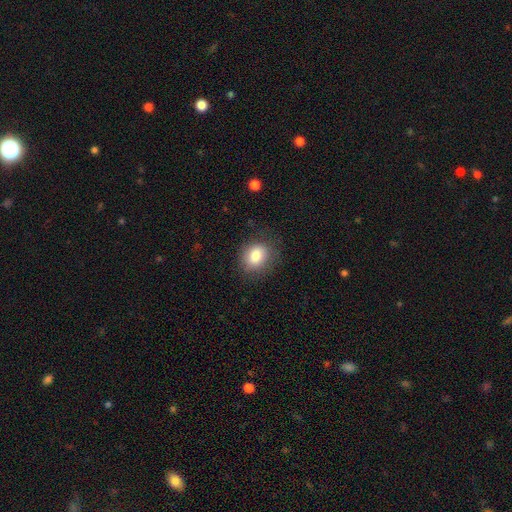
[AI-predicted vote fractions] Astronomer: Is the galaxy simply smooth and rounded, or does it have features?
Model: smooth — 84%.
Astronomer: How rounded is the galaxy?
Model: round — 56% (runner-up: in between, 44%).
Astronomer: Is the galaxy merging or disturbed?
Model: none — 79%.